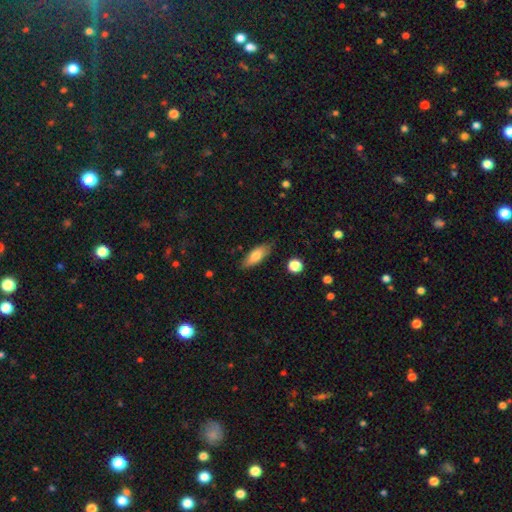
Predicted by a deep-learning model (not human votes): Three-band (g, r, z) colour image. It shows a smooth galaxy with no disk features (75%) that is in between round and cigar-shaped (67%). Merging: none (78%).